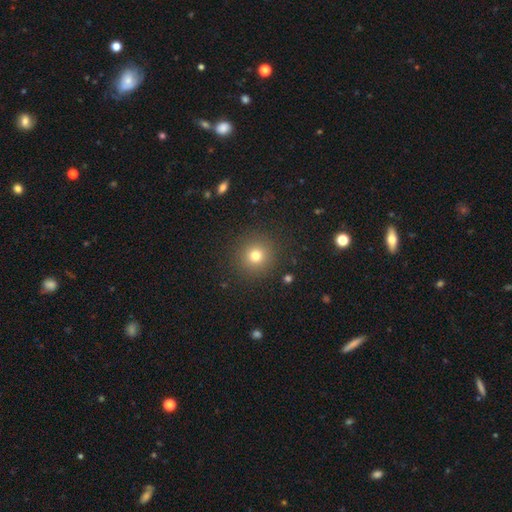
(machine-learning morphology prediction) Smooth or featured? Predicted: smooth (p=0.76). How rounded? Predicted: round (p=0.93). Merging? Predicted: none (p=0.89).